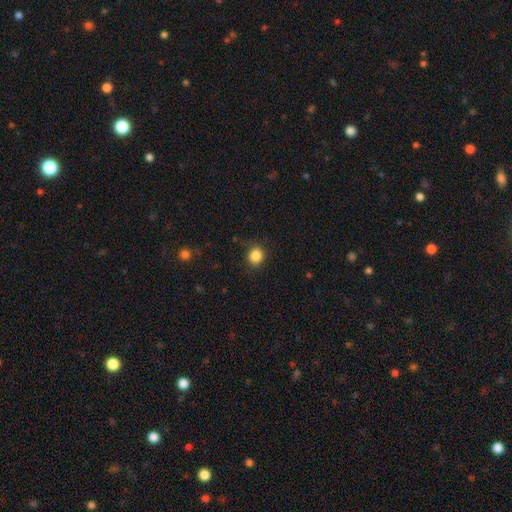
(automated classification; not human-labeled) This appears to be a smooth galaxy with no disk features (86%) that is round (82%). Merging: none (85%).